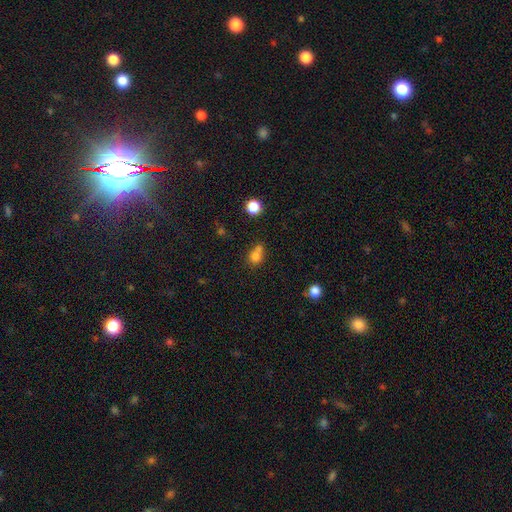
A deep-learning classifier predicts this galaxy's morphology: Smooth or featured? Predicted: smooth (p=0.75). How rounded? Predicted: round (p=0.57). Merging? Predicted: merger (p=0.44).